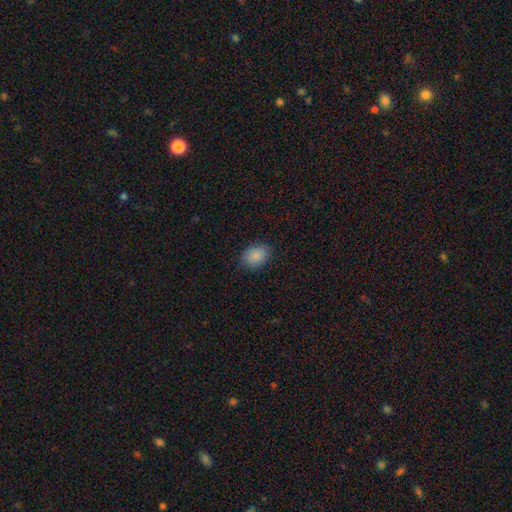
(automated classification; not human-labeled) A smooth galaxy with no disk features (88%) that is in between round and cigar-shaped (74%). Merging: none (85%).